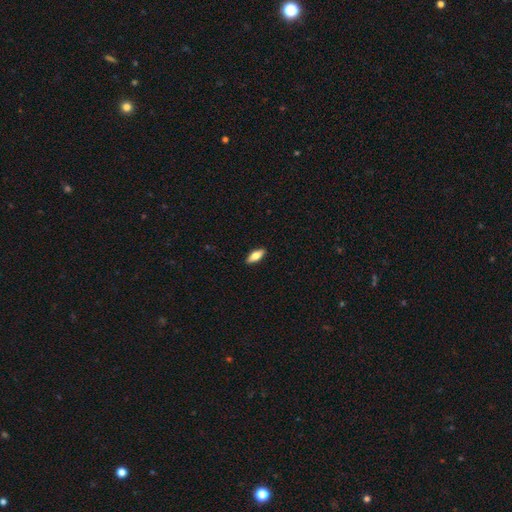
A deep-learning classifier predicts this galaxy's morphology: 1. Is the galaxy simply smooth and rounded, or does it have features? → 69% smooth, 25% featured or disk, 6% star or artifact.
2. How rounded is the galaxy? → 74% in between, 24% cigar-shaped, 3% round.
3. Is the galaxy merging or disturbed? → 90% none, 7% minor disturbance, 2% major disturbance, 1% merger.